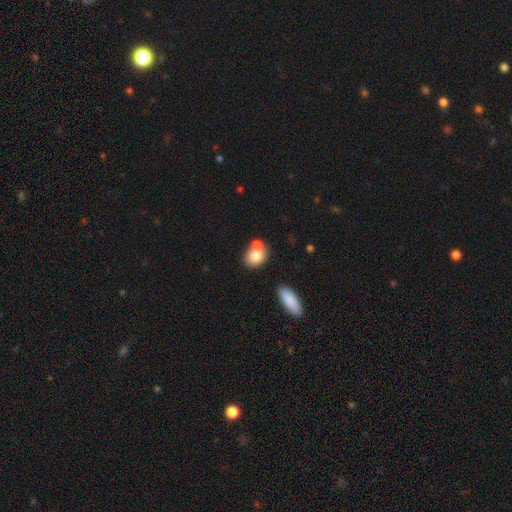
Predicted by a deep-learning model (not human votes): A smooth galaxy with no disk features (76%) that is in between round and cigar-shaped (55%).

Vote fractions:
- Smooth or featured? smooth: 76% / featured or disk: 15% / star or artifact: 9%
- How rounded? in between: 55% / round: 44% / cigar-shaped: 2%
- Merging? none: 46% / merger: 41% / minor disturbance: 10% / major disturbance: 3%